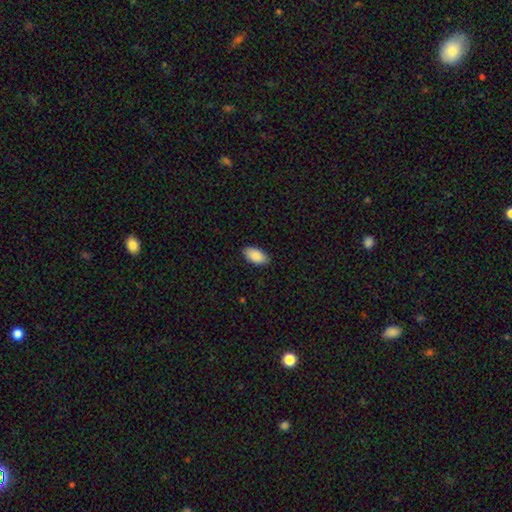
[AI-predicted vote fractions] This is clearly a smooth galaxy (89%). How rounded: clearly in between (95%). Merging: clearly none (89%).